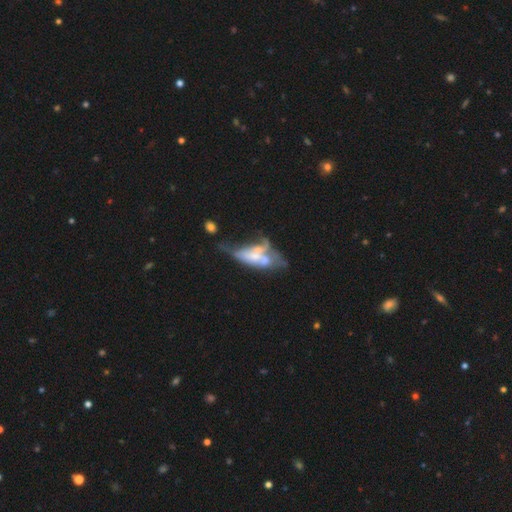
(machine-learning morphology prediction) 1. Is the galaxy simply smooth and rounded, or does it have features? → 55% featured or disk, 35% smooth, 9% star or artifact.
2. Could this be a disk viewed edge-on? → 82% no, 18% yes.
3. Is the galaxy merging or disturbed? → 50% merger, 24% major disturbance, 14% none, 12% minor disturbance.